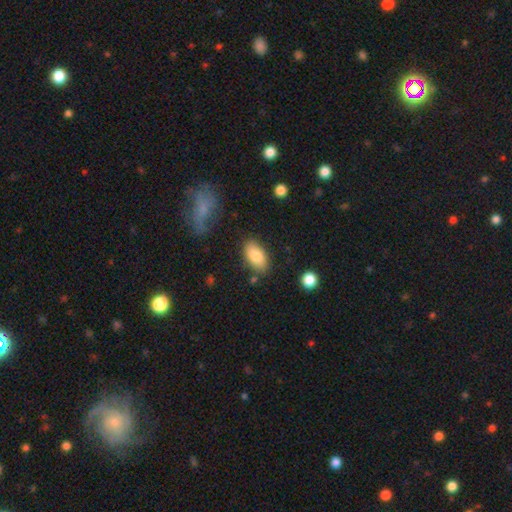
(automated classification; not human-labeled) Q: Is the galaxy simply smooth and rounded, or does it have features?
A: smooth — 83%.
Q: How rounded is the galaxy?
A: in between — 93%.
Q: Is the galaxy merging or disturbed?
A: none — 80%.